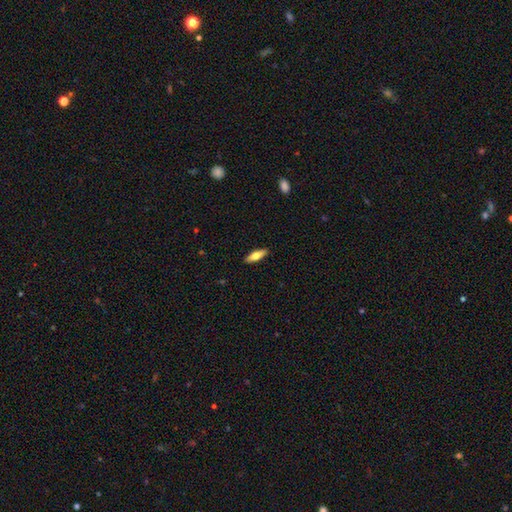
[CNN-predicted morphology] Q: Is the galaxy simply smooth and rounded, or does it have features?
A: smooth — 65%.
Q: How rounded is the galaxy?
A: in between — 53%.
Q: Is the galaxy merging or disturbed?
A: none — 90%.